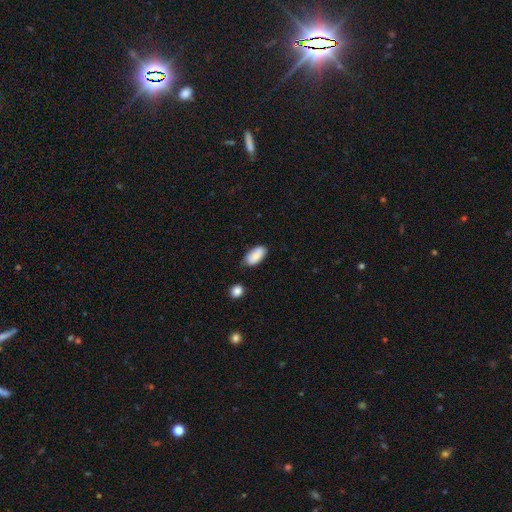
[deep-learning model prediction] smooth 85%, featured or disk 8%, star or artifact 7%. Down the decision tree: how rounded — in between (93%); merging — none (76%).